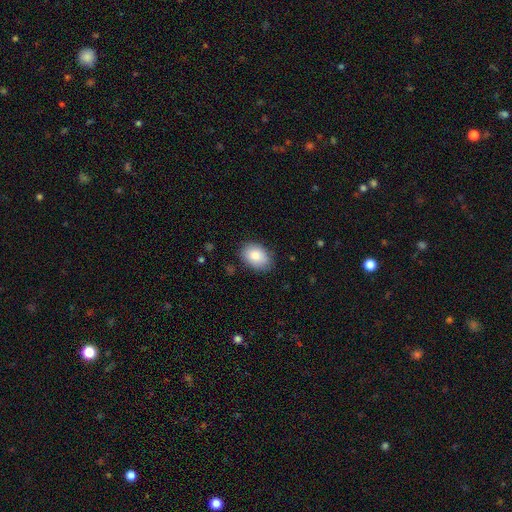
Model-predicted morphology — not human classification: A smooth galaxy with no disk features (85%) that is in between round and cigar-shaped (82%). Merging: none (82%).